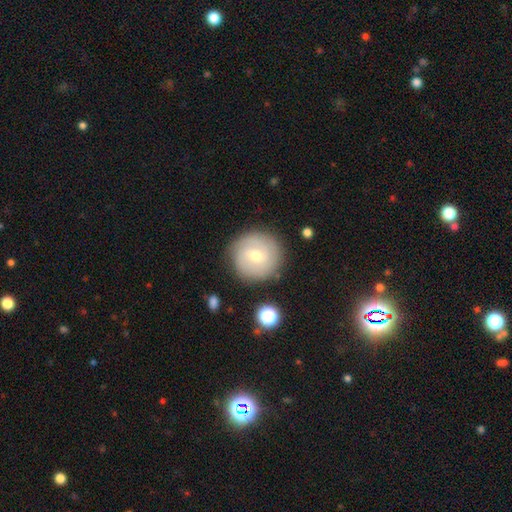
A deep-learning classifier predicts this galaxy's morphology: Overall: featured or disk (53%; smooth 38%). Edge-on disk: no (97%). Bar: no (53%; weak 40%). Spiral arms: yes (78%). Bulge size: moderate (60%; small 36%). Merging: none (84%).